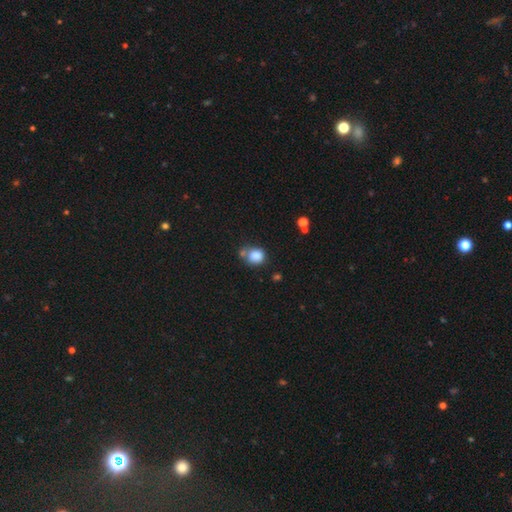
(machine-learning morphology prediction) smooth-or-featured: smooth: 84% | star or artifact: 10% | featured or disk: 6%
  how-rounded: round: 71% | in between: 28% | cigar-shaped: 1%
  merging: none: 52% | merger: 24% | minor disturbance: 18% | major disturbance: 6%